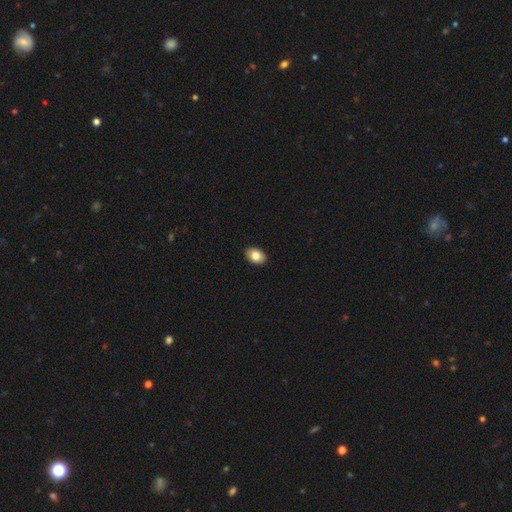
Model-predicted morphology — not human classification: smooth_or_featured: smooth (p=0.83) [alt: featured or disk p=0.10]
how_rounded: in between (p=0.86) [alt: round p=0.13]
merging: none (p=0.90) [alt: minor disturbance p=0.07]